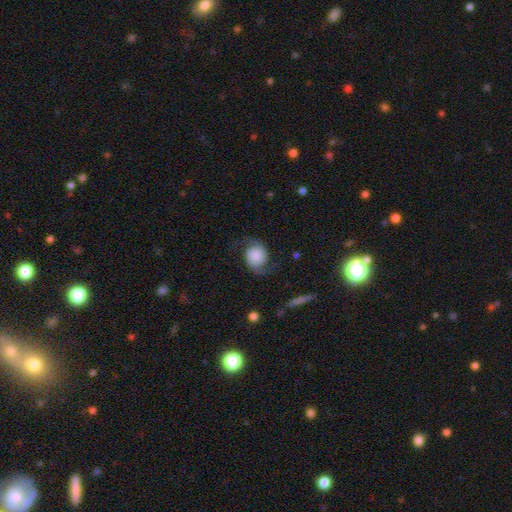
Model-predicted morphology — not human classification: Smooth or featured: featured or disk — 72% (smooth — 20%)
Edge-on disk: no — 98% (yes — 2%)
Bar: no — 76% (weak — 19%)
Spiral arms: yes — 96% (no — 4%)
Spiral winding: loose — 61% (medium — 29%)
Spiral arm count: 2 — 94% (1 — 2%)
Bulge size: dominant — 31% (none — 30%)
Merging: none — 75% (minor disturbance — 15%)